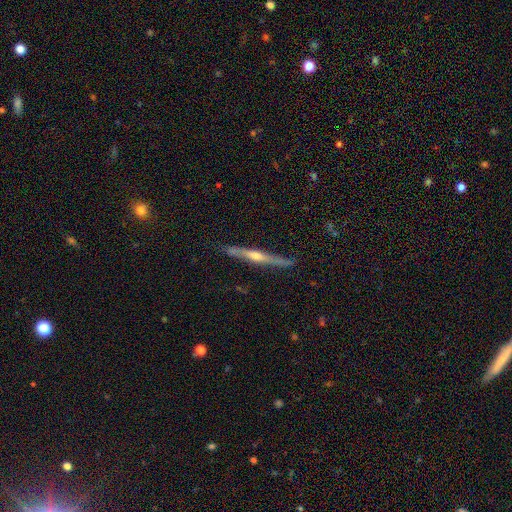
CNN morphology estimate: This is clearly a featured or disk galaxy (82%). It is clearly viewed edge-on (98%). Edge-on bulge: clearly rounded (89%). Merging: clearly none (89%).